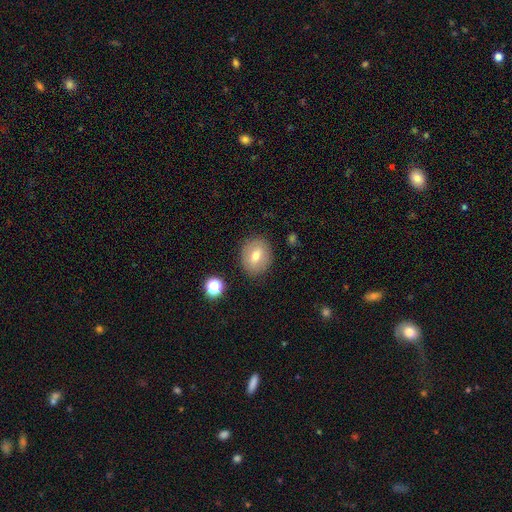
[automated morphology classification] type=smooth (67%); roundness=round (60%); merging=none (84%).